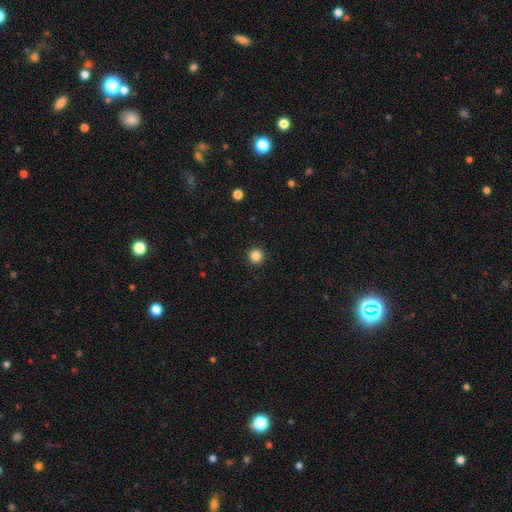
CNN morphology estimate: This is clearly a smooth galaxy (85%). How rounded: clearly round (96%). Merging: clearly none (93%).